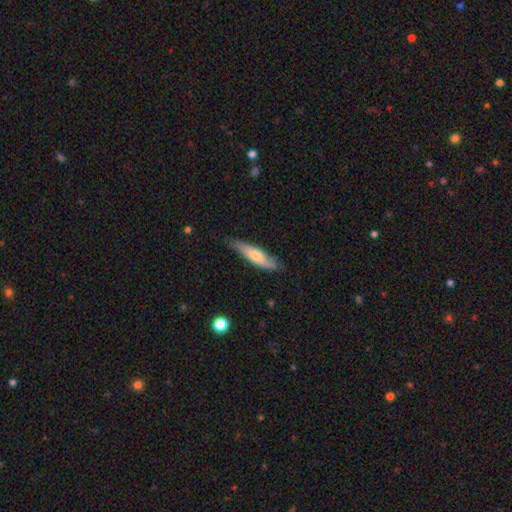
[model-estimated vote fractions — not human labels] smooth 55%, featured or disk 40%, star or artifact 5%. Down the decision tree: how rounded — cigar-shaped (72%); merging — none (74%).